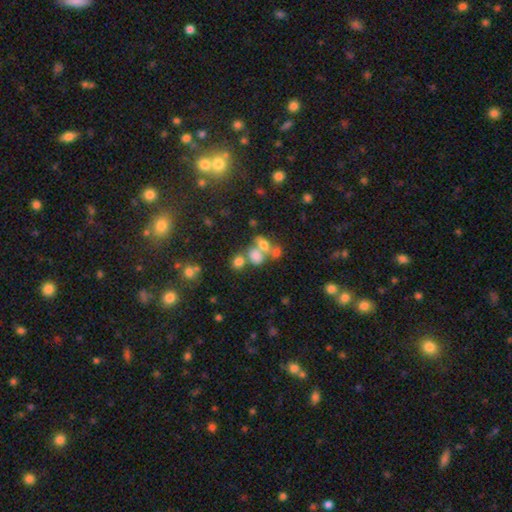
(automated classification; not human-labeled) Morphology: type=smooth (64%); roundness=in between (55%); merging=merger (47%).